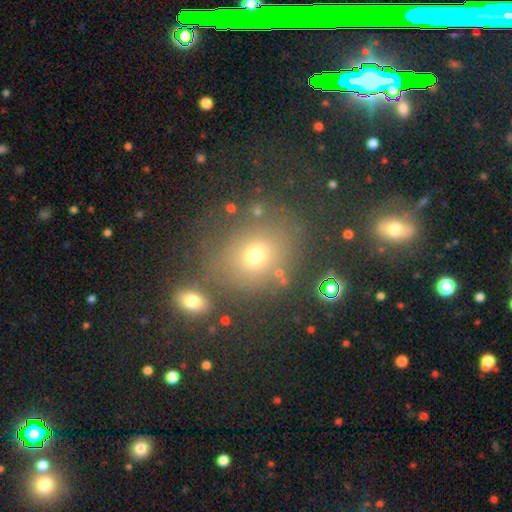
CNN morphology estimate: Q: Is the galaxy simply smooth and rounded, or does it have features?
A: smooth — 65%.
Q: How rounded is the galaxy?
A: round — 69%.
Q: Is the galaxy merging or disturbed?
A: none — 71%.